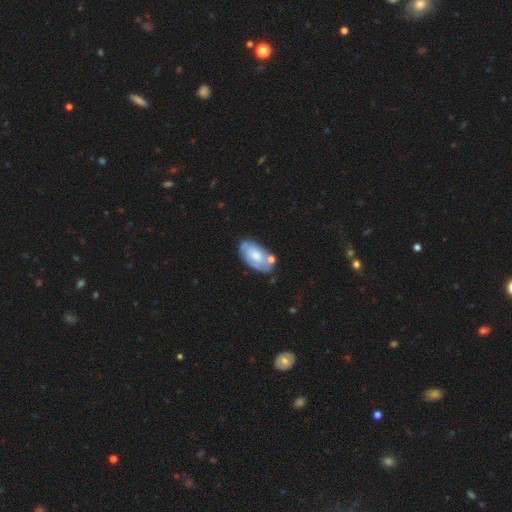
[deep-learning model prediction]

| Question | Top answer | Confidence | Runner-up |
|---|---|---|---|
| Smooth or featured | smooth | 49% | featured or disk (45%) |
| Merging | none | 56% | minor disturbance (23%) |